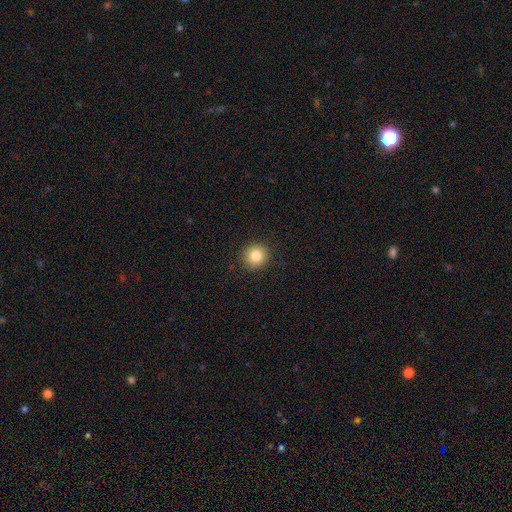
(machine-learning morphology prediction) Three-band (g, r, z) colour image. It shows a smooth galaxy with no disk features (83%) that is round (92%). Merging: none (91%).